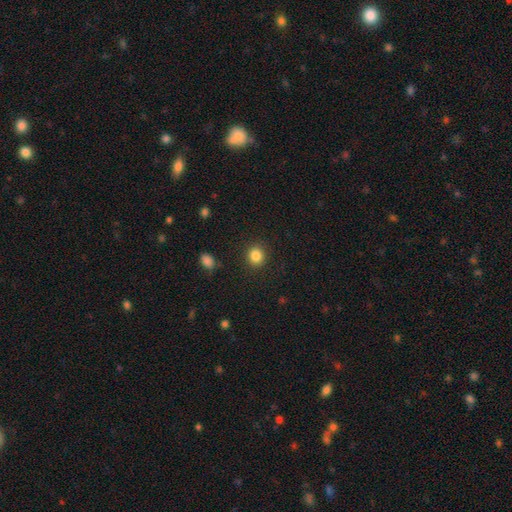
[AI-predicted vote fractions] Smooth or featured? smooth (84%)
How rounded? round (82%)
Merging? none (89%)